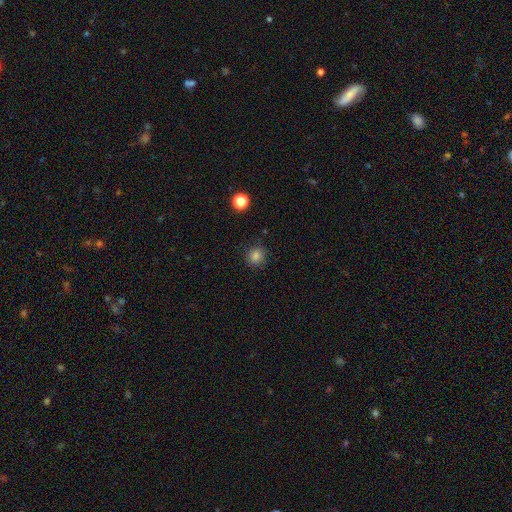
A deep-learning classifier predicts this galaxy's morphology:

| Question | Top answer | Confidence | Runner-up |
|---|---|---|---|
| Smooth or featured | smooth | 83% | star or artifact (13%) |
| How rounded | round | 87% | in between (12%) |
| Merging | none | 87% | minor disturbance (9%) |